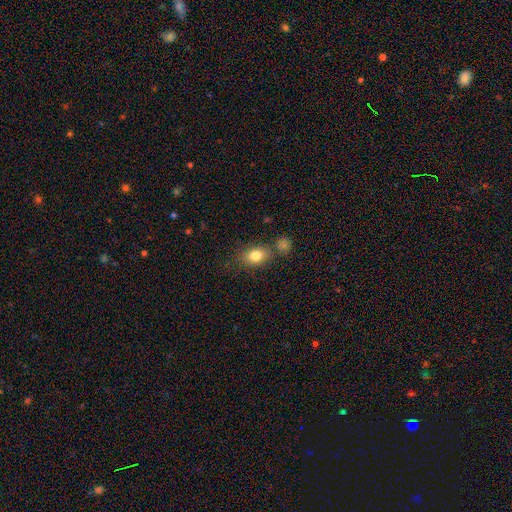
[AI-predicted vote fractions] Smooth or featured? smooth (81%)
How rounded? in between (74%)
Merging? none (70%)